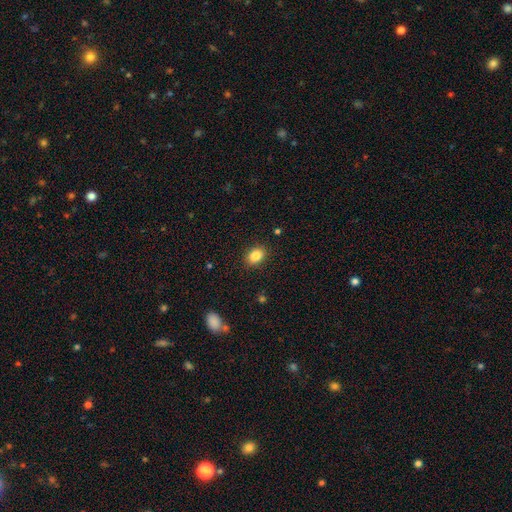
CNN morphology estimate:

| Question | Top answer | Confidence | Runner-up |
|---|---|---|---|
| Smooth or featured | smooth | 85% | star or artifact (9%) |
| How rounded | in between | 70% | round (29%) |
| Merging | none | 89% | minor disturbance (8%) |